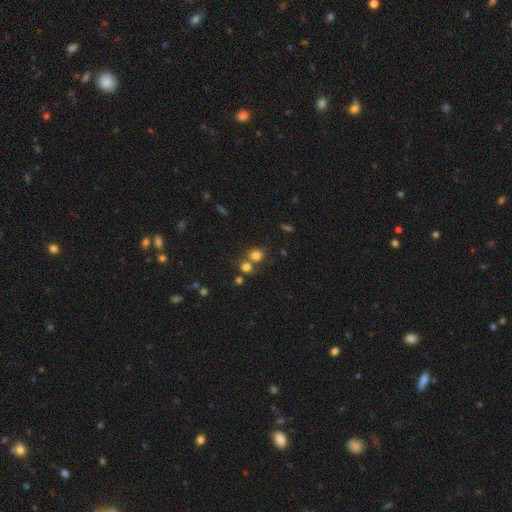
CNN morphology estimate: Smooth or featured?
  - smooth: 76% *
  - star or artifact: 16%
  - featured or disk: 8%
How rounded?
  - round: 79% *
  - in between: 20%
  - cigar-shaped: 1%
Merging?
  - none: 57% *
  - merger: 31%
  - minor disturbance: 9%
  - major disturbance: 4%